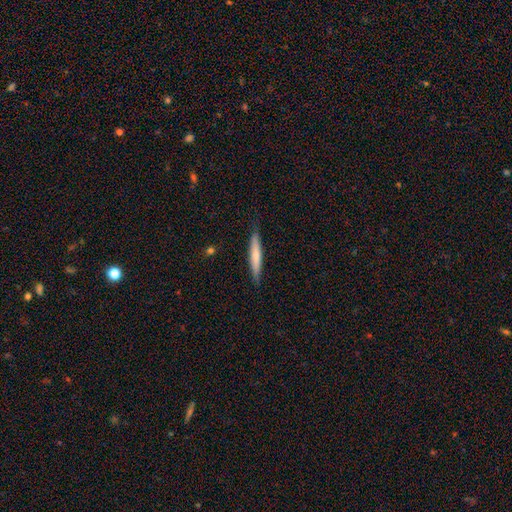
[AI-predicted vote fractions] Smooth or featured? Predicted: smooth (p=0.64). How rounded? Predicted: cigar-shaped (p=0.93). Merging? Predicted: none (p=0.84).